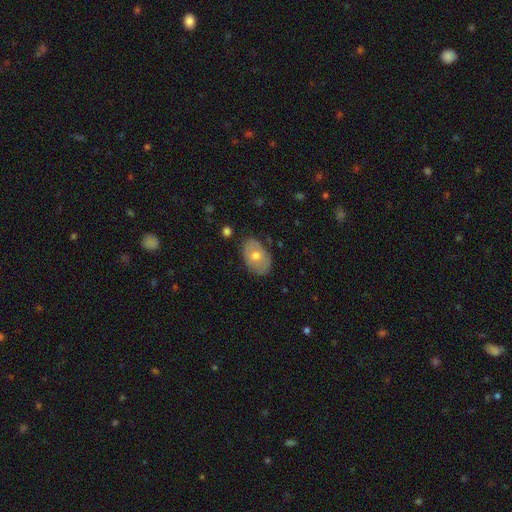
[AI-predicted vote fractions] Smooth or featured?
  - smooth: 56% *
  - featured or disk: 37%
  - star or artifact: 7%
How rounded?
  - in between: 86% *
  - round: 13%
  - cigar-shaped: 1%
Merging?
  - none: 82% *
  - minor disturbance: 14%
  - major disturbance: 3%
  - merger: 1%